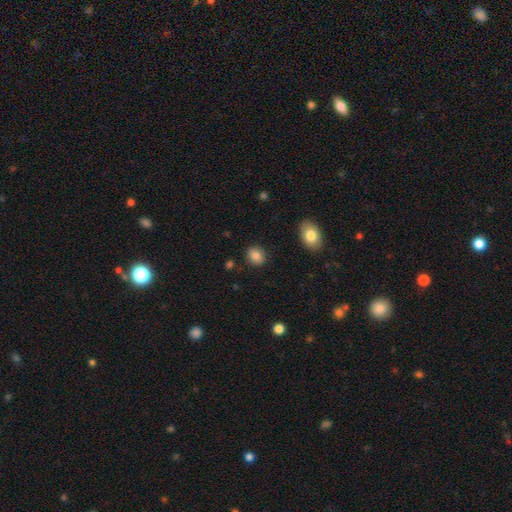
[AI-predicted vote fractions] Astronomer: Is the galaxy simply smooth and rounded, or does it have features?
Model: smooth — 85%.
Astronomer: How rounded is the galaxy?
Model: round — 55% (runner-up: in between, 44%).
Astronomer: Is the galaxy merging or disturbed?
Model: none — 88%.